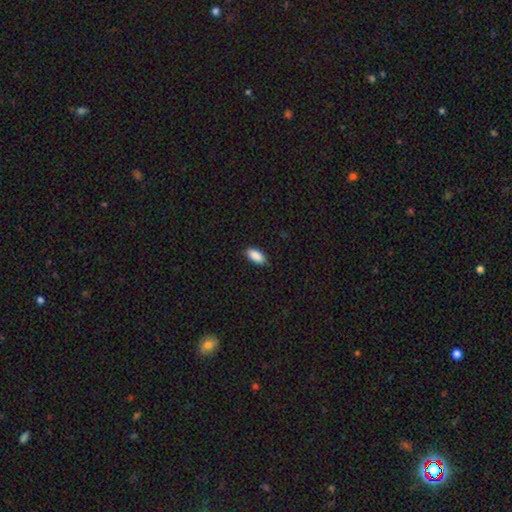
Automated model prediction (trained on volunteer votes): Q: Smooth or featured?
A: smooth (90%); runner-up: star or artifact (7%)
Q: How rounded?
A: in between (92%); runner-up: cigar-shaped (6%)
Q: Merging?
A: none (85%); runner-up: minor disturbance (12%)